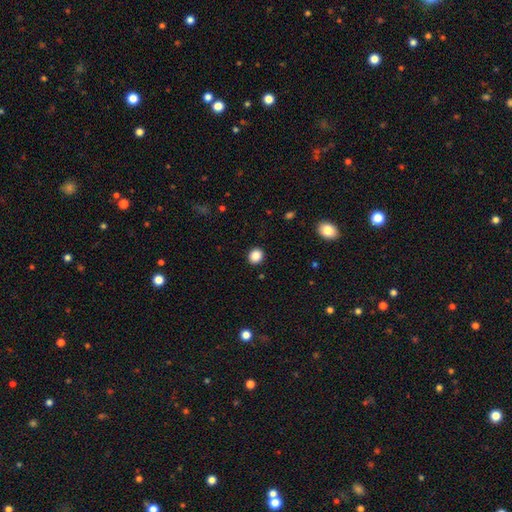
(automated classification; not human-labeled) Smooth or featured?
  - smooth: 87% *
  - star or artifact: 10%
  - featured or disk: 3%
How rounded?
  - round: 74% *
  - in between: 25%
  - cigar-shaped: 1%
Merging?
  - none: 91% *
  - minor disturbance: 6%
  - major disturbance: 2%
  - merger: 1%